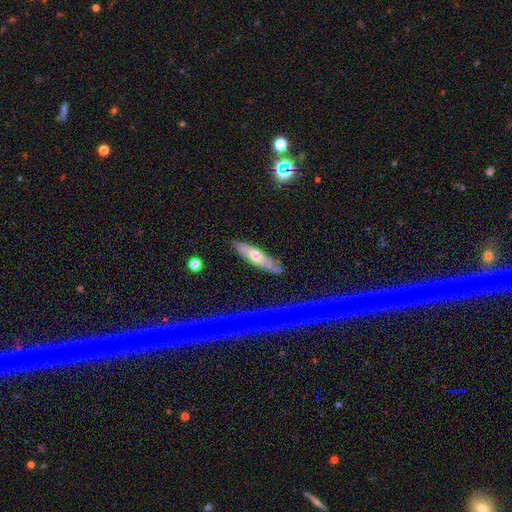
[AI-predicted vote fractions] Smooth or featured? Predicted: smooth (p=0.49). Merging? Predicted: none (p=0.78).